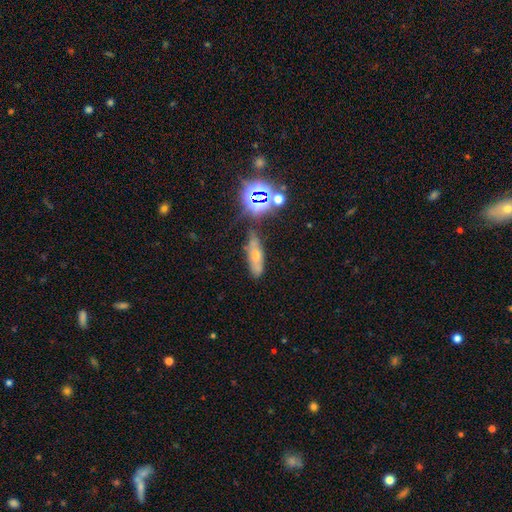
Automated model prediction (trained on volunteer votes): Smooth or featured? featured or disk (35%, tied with smooth)
Merging? none (67%)